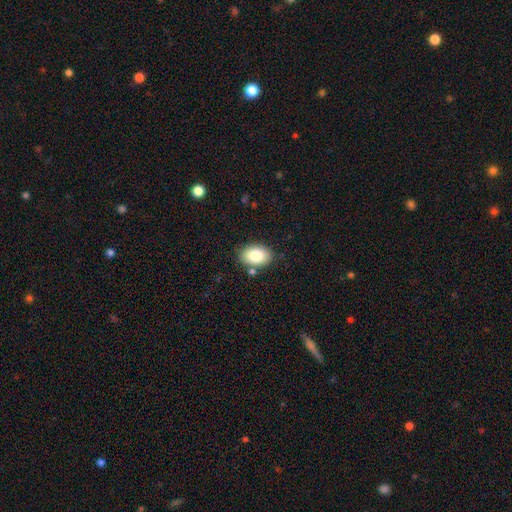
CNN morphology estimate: Smooth or featured? Predicted: smooth (p=0.83). How rounded? Predicted: in between (p=0.84). Merging? Predicted: none (p=0.83).